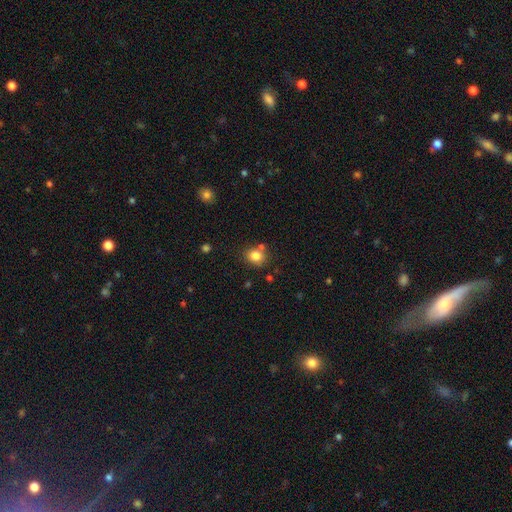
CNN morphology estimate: Smooth or featured? smooth (82%)
How rounded? round (67%)
Merging? none (71%)